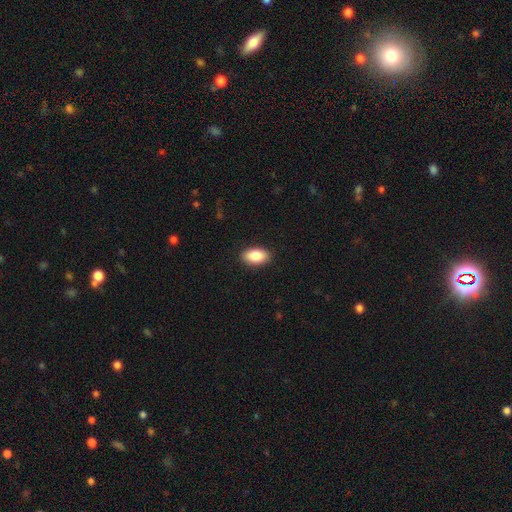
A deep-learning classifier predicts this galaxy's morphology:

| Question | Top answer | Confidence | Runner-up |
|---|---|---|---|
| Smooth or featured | smooth | 86% | featured or disk (7%) |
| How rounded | in between | 93% | round (5%) |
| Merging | none | 90% | minor disturbance (8%) |